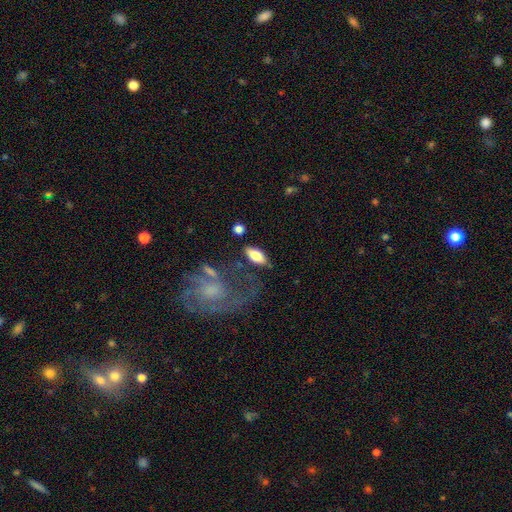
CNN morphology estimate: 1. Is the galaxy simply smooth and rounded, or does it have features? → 75% smooth, 19% featured or disk, 7% star or artifact.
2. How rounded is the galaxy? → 86% in between, 11% cigar-shaped, 3% round.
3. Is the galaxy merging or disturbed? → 73% none, 15% minor disturbance, 6% major disturbance, 5% merger.